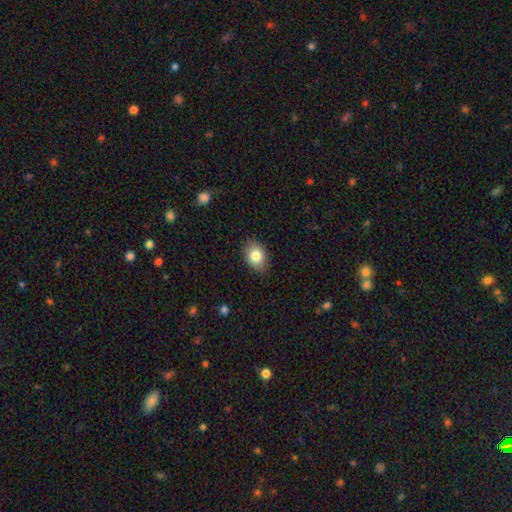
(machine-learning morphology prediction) Smooth or featured: smooth — 83% (featured or disk — 9%)
How rounded: in between — 76% (round — 23%)
Merging: none — 84% (minor disturbance — 12%)